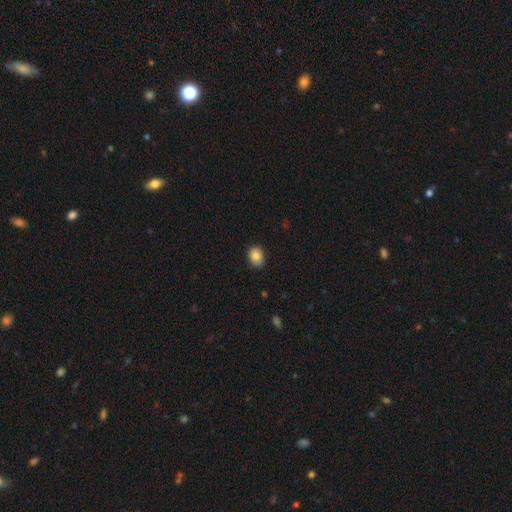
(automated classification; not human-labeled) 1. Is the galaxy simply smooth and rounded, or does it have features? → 84% smooth, 8% star or artifact, 8% featured or disk.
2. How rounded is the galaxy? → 62% in between, 37% round, 1% cigar-shaped.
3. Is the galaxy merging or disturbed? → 82% none, 14% minor disturbance, 2% major disturbance, 1% merger.